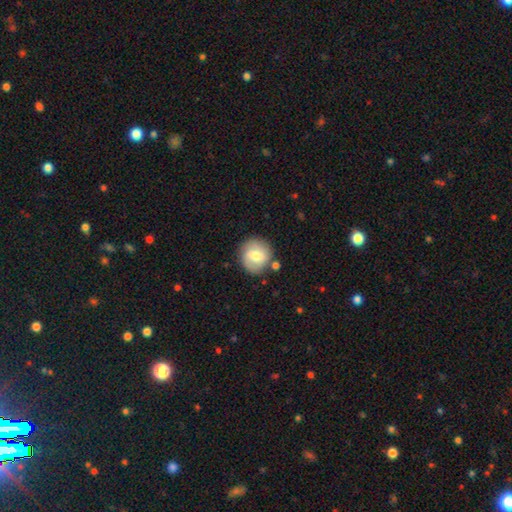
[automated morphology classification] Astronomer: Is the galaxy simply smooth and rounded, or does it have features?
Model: smooth — 59% (runner-up: featured or disk, 34%).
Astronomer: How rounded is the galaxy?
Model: round — 87%.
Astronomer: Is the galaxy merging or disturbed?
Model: none — 75%.